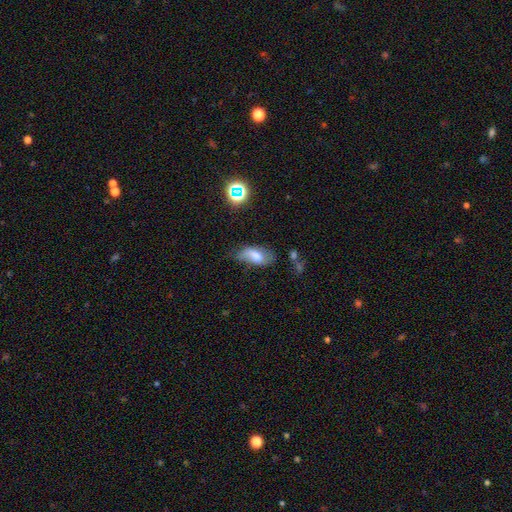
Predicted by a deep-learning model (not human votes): Smooth or featured?
  - smooth: 58% *
  - featured or disk: 31%
  - star or artifact: 11%
How rounded?
  - in between: 90% *
  - cigar-shaped: 5%
  - round: 5%
Merging?
  - none: 45% *
  - minor disturbance: 37%
  - major disturbance: 14%
  - merger: 5%